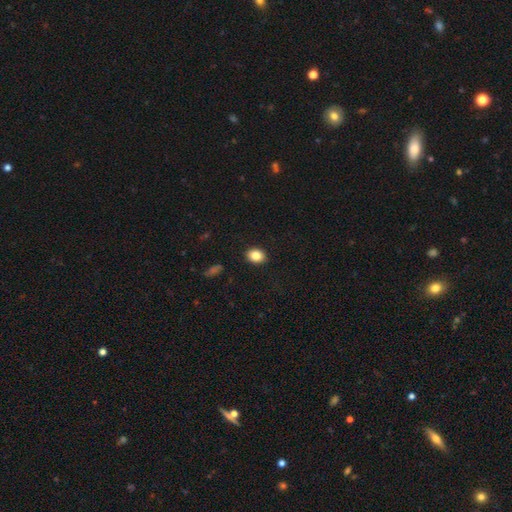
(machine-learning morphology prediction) Smooth or featured? Predicted: smooth (p=0.85). How rounded? Predicted: in between (p=0.62). Merging? Predicted: none (p=0.91).